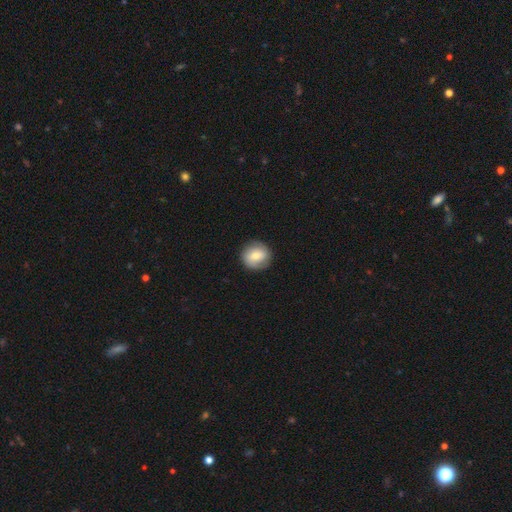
A smooth galaxy with no disk features (56%) that is round (95%). Merging: none (84%).